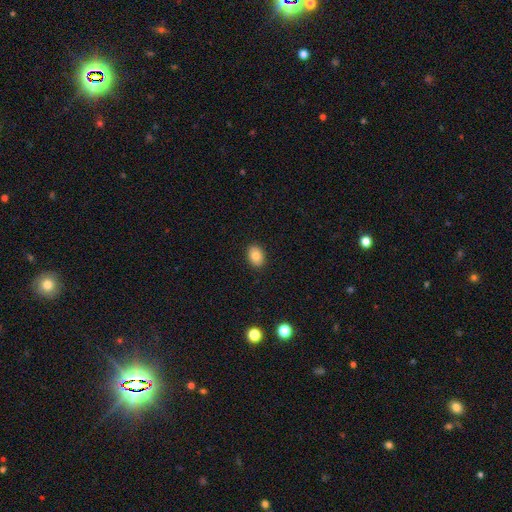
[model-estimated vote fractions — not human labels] smooth_or_featured: smooth (p=0.82) [alt: featured or disk p=0.10]
how_rounded: in between (p=0.75) [alt: round p=0.24]
merging: none (p=0.90) [alt: minor disturbance p=0.07]